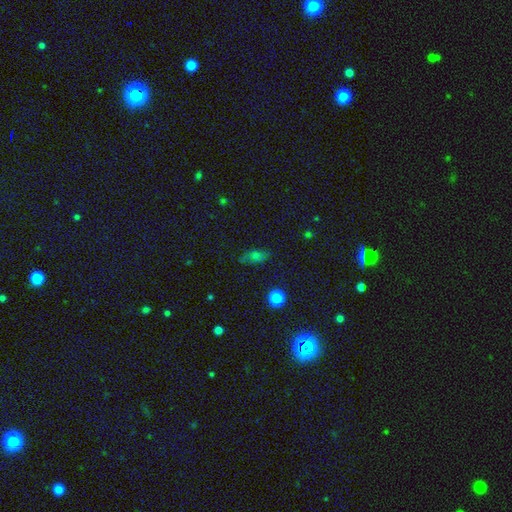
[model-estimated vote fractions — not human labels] The model was most divided on "smooth or featured": smooth: 60%, star or artifact: 25%, featured or disk: 16%. More confident: merging — none (77%); how rounded — in between (68%).